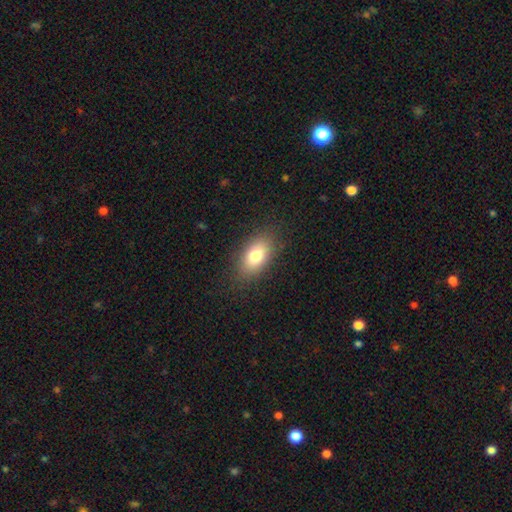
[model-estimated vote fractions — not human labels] Smooth or featured: smooth — 78% (featured or disk — 13%)
How rounded: in between — 89% (round — 7%)
Merging: none — 85% (minor disturbance — 11%)